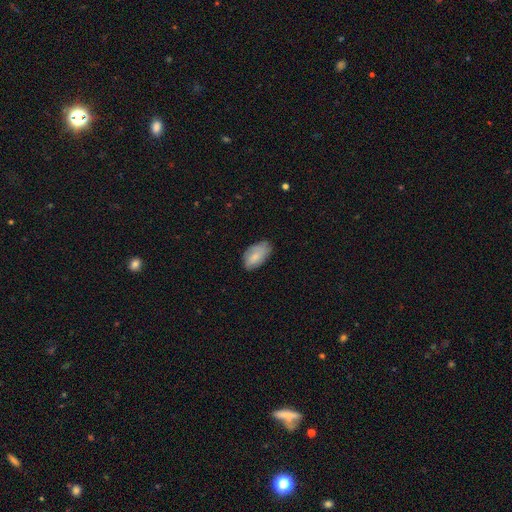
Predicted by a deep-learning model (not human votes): smooth-or-featured: smooth: 75% | featured or disk: 19% | star or artifact: 6%
  how-rounded: in between: 94% | round: 4% | cigar-shaped: 3%
  merging: none: 72% | minor disturbance: 23% | major disturbance: 4% | merger: 1%